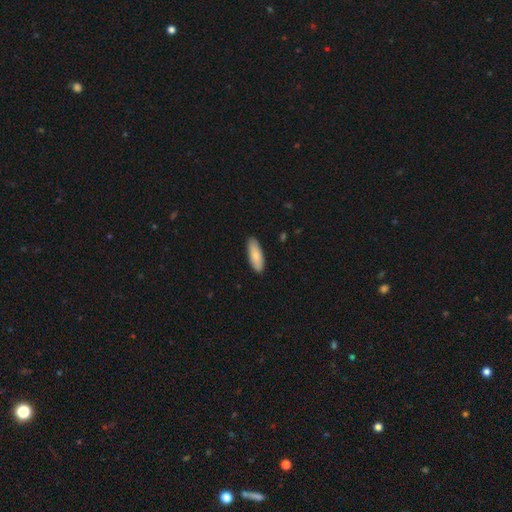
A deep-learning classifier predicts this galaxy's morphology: The model was most divided on "how rounded": in between: 65%, cigar-shaped: 33%, round: 2%. More confident: merging — none (88%); smooth or featured — smooth (82%).